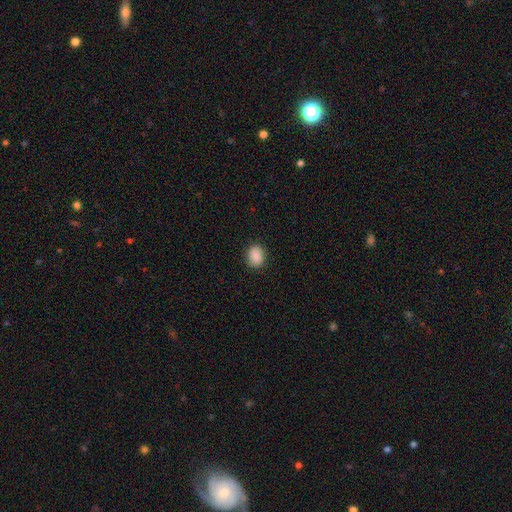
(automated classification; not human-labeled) This appears to be a smooth galaxy with no disk features (87%) that is round (50%). Merging: none (87%).